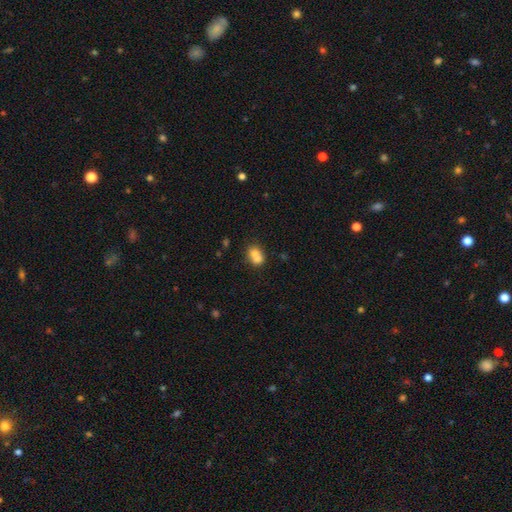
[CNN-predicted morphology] Smooth or featured? Predicted: smooth (p=0.70). How rounded? Predicted: round (p=0.52). Merging? Predicted: merger (p=0.61).